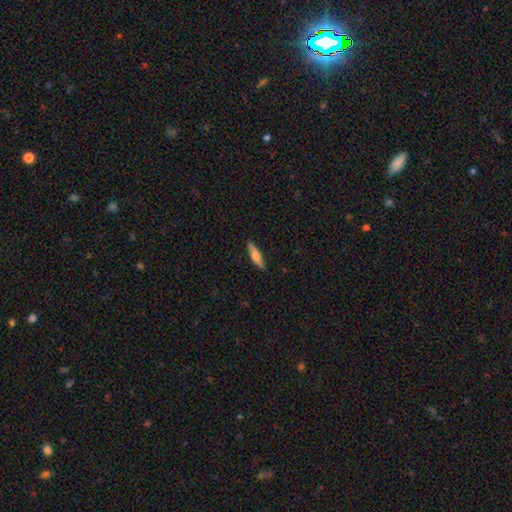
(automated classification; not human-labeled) This is possibly a smooth galaxy (53%). How rounded: likely cigar-shaped (75%). Merging: clearly none (89%).